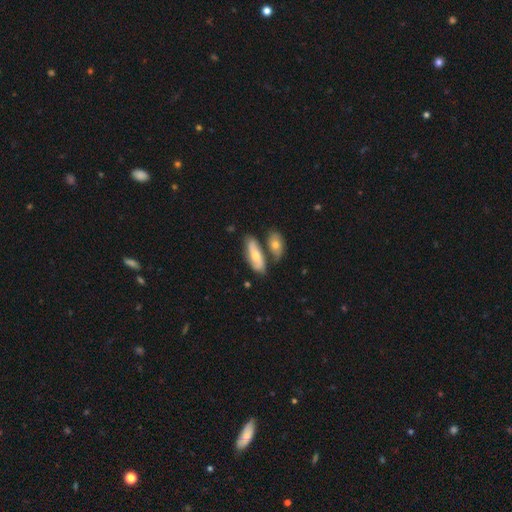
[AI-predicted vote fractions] This appears to be a featured or disk galaxy (49%). Merging: none (51%).